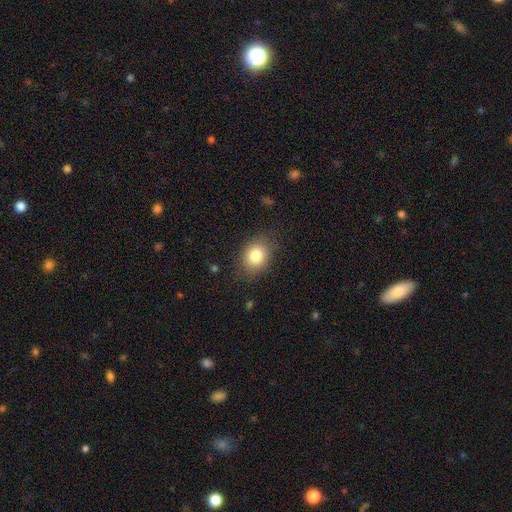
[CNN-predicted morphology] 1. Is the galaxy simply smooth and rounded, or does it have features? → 82% smooth, 9% star or artifact, 8% featured or disk.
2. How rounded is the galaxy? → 56% in between, 43% round, 1% cigar-shaped.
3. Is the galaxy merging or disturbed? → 81% none, 14% minor disturbance, 4% major disturbance, 1% merger.